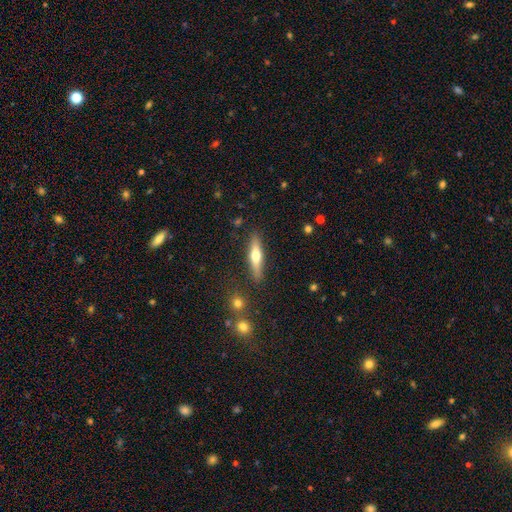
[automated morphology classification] Smooth or featured: smooth — 48% (featured or disk — 46%)
Merging: none — 86% (minor disturbance — 9%)